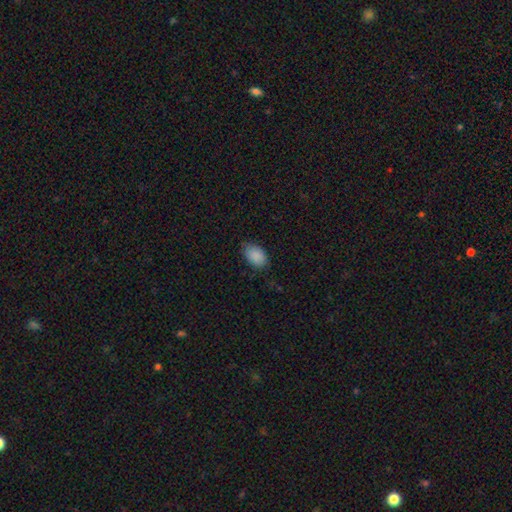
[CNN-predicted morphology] A smooth galaxy with no disk features (89%) that is in between round and cigar-shaped (88%). Merging: none (74%).